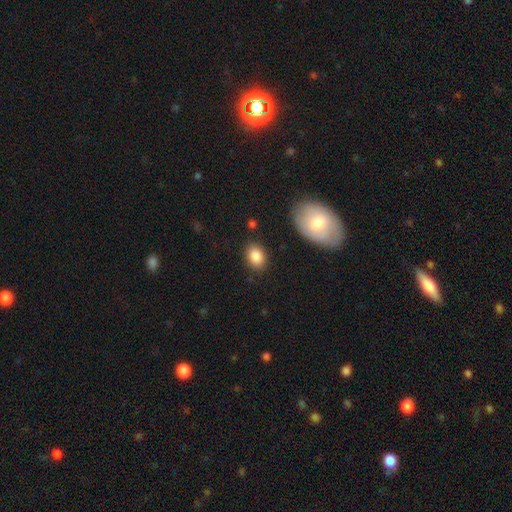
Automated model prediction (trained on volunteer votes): Morphology: type=smooth (86%); roundness=in between (71%); merging=none (85%).